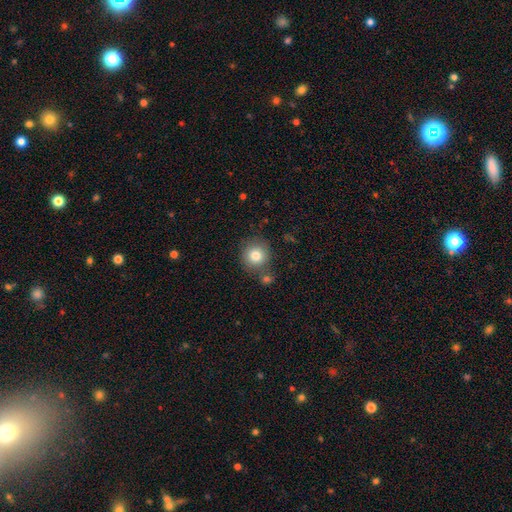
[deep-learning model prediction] Q: Smooth or featured?
A: smooth (82%); runner-up: star or artifact (10%)
Q: How rounded?
A: round (90%); runner-up: in between (9%)
Q: Merging?
A: none (72%); runner-up: merger (13%)